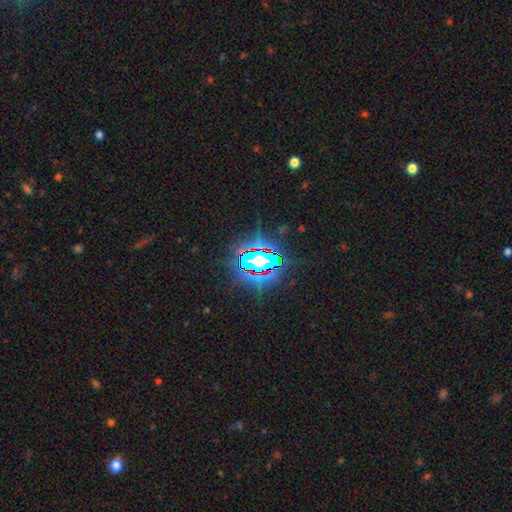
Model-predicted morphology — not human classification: smooth-or-featured: star or artifact: 83% | smooth: 10% | featured or disk: 7%